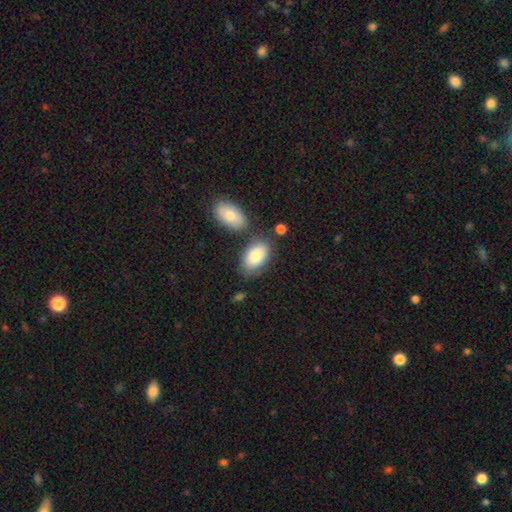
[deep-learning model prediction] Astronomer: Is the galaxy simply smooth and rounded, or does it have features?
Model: smooth — 84%.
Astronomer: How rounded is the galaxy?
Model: in between — 93%.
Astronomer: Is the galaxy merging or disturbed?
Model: none — 64%.